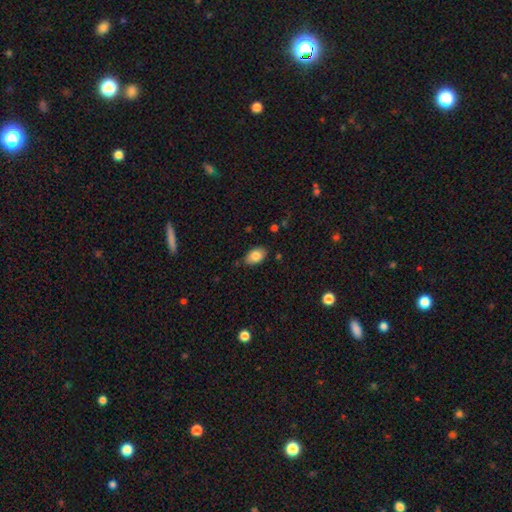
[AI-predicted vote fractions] Overall: smooth (84%). How rounded: in between (89%). Merging: none (78%).